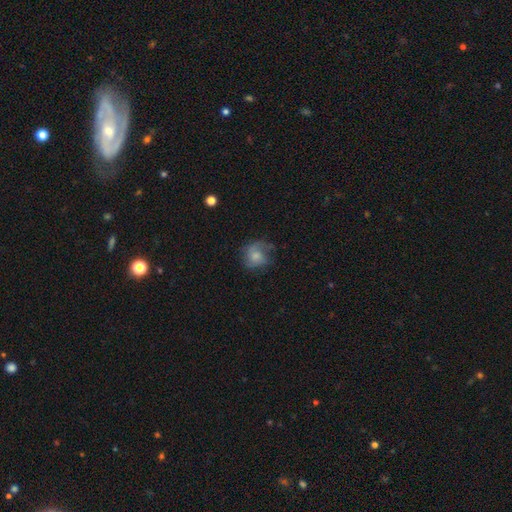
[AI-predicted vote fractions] Smooth or featured?
  - smooth: 57% *
  - featured or disk: 33%
  - star or artifact: 9%
How rounded?
  - round: 71% *
  - in between: 28%
  - cigar-shaped: 1%
Merging?
  - none: 48% *
  - minor disturbance: 27%
  - major disturbance: 23%
  - merger: 2%